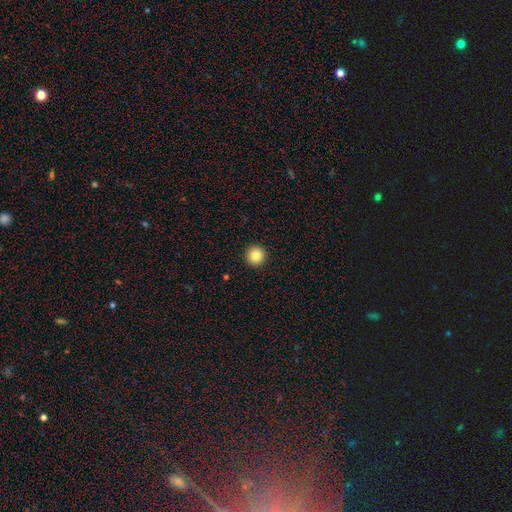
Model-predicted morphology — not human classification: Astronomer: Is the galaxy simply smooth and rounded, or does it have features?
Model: smooth — 86%.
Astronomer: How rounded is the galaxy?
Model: round — 95%.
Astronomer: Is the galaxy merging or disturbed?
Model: none — 93%.